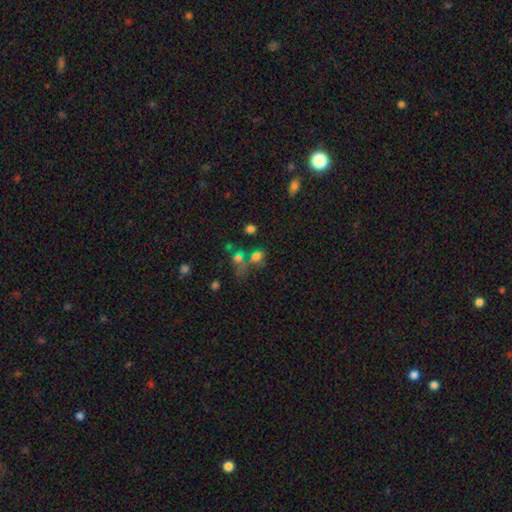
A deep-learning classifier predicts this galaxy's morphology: Overall: smooth (64%; star or artifact 24%). How rounded: in between (59%; round 38%). Merging: none (40%; merger 32%).